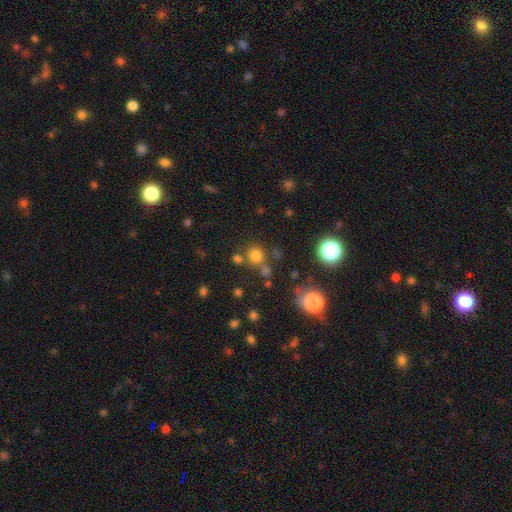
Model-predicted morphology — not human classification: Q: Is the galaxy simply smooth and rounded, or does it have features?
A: smooth — 72%.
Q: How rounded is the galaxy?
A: round — 89%.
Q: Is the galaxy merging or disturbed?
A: none — 69%.